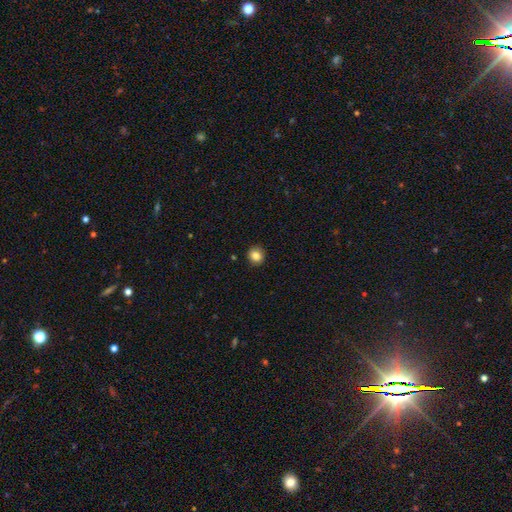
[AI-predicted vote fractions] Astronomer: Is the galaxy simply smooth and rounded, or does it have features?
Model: smooth — 85%.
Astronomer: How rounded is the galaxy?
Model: round — 85%.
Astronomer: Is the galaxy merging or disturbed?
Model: none — 90%.